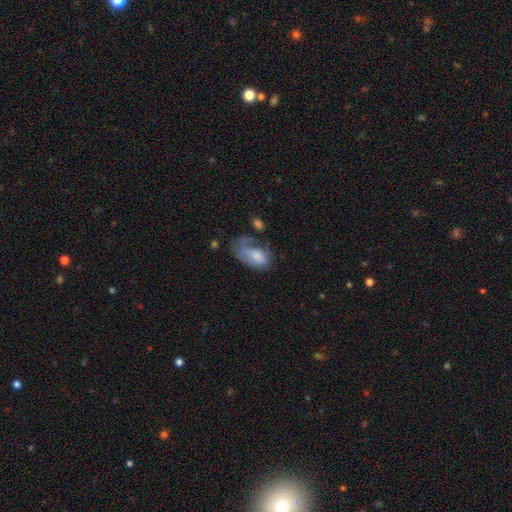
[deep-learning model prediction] smooth_or_featured: smooth (p=0.65) [alt: featured or disk p=0.27]
how_rounded: in between (p=0.92) [alt: round p=0.06]
merging: major disturbance (p=0.40) [alt: none p=0.28]